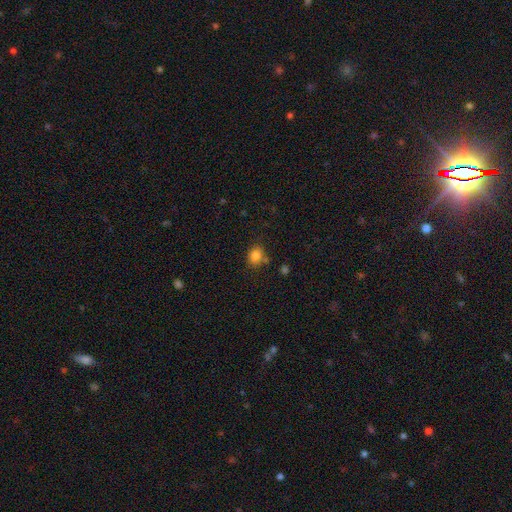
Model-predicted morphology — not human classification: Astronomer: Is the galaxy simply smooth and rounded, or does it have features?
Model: smooth — 83%.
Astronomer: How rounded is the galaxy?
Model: round — 52% (runner-up: in between, 47%).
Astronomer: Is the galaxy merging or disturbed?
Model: none — 72%.